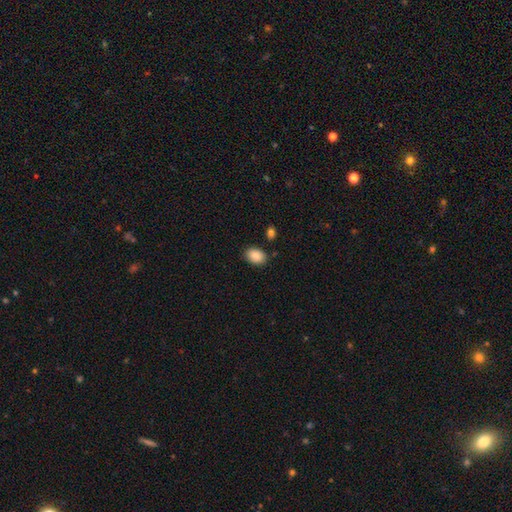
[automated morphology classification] type=smooth (88%); roundness=in between (80%); merging=none (84%).